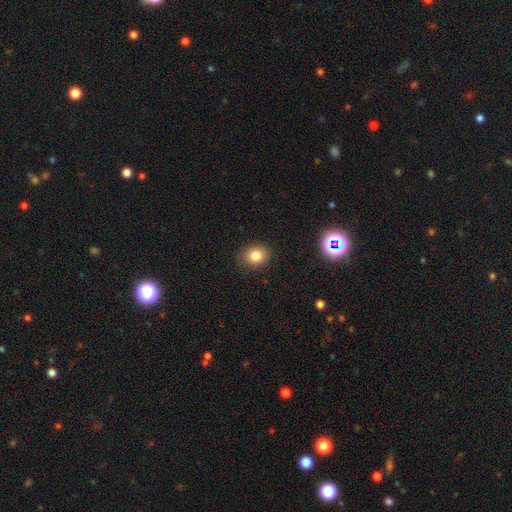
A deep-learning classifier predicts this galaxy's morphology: smooth 82%, star or artifact 11%, featured or disk 7%. Down the decision tree: how rounded — in between (50%); merging — none (86%).